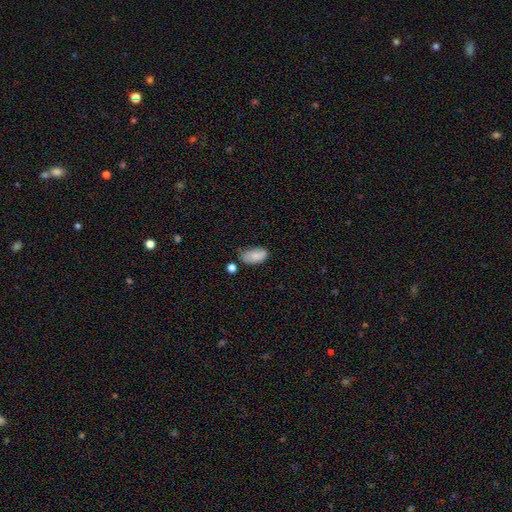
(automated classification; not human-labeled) The model was most divided on "merging": none: 56%, minor disturbance: 31%, merger: 7%, major disturbance: 7%. More confident: how rounded — in between (93%); smooth or featured — smooth (82%).